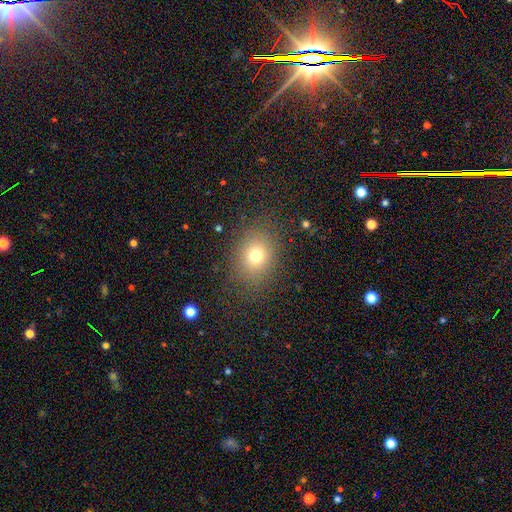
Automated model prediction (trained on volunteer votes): Q: Smooth or featured?
A: smooth (73%); runner-up: star or artifact (17%)
Q: How rounded?
A: round (56%); runner-up: in between (43%)
Q: Merging?
A: none (83%); runner-up: minor disturbance (10%)